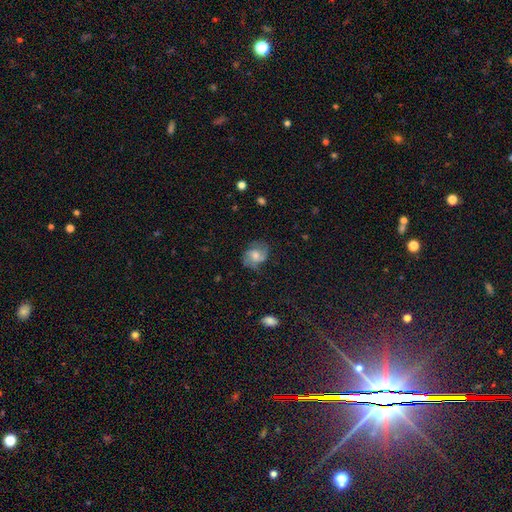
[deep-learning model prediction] Overall: featured or disk (48%; smooth 42%). Merging: none (62%; minor disturbance 24%).